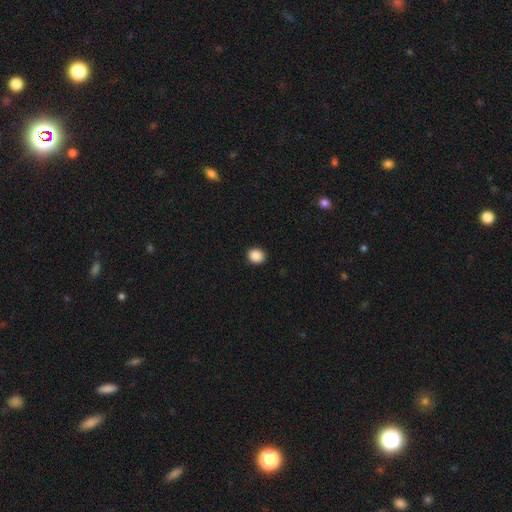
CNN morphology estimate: This appears to be a smooth galaxy with no disk features (88%) that is round (76%). Merging: none (92%).